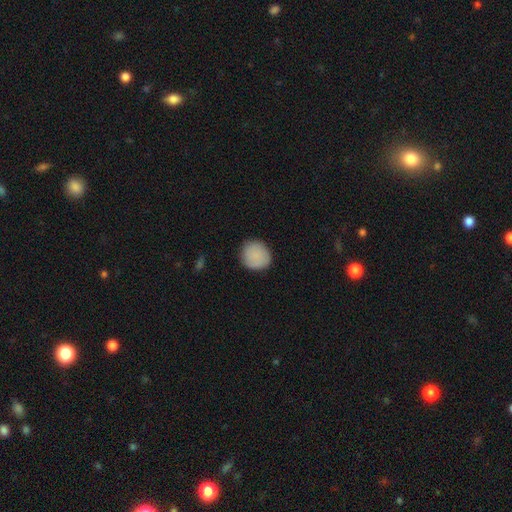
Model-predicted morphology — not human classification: Smooth or featured? smooth (87%)
How rounded? round (87%)
Merging? none (85%)